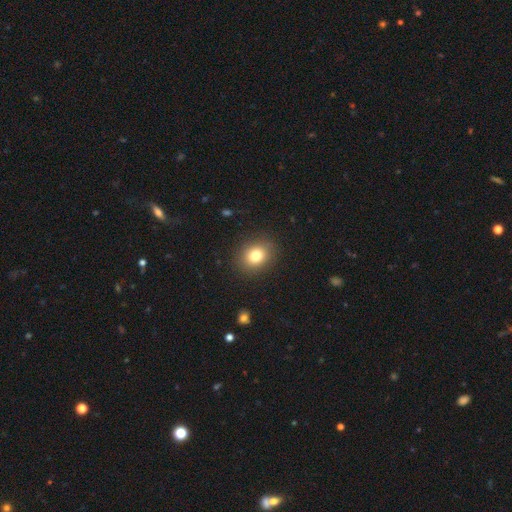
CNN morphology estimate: Q: Smooth or featured?
A: smooth (80%); runner-up: star or artifact (11%)
Q: How rounded?
A: round (58%); runner-up: in between (41%)
Q: Merging?
A: none (88%); runner-up: minor disturbance (8%)